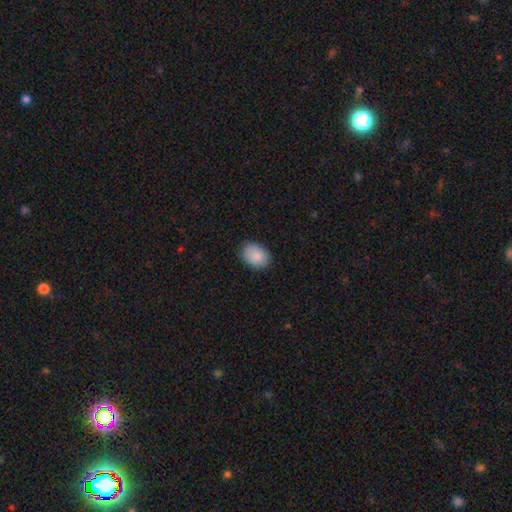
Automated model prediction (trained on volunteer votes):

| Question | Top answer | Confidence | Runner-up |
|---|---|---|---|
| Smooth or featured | smooth | 87% | star or artifact (7%) |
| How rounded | in between | 78% | round (21%) |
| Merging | none | 84% | minor disturbance (13%) |